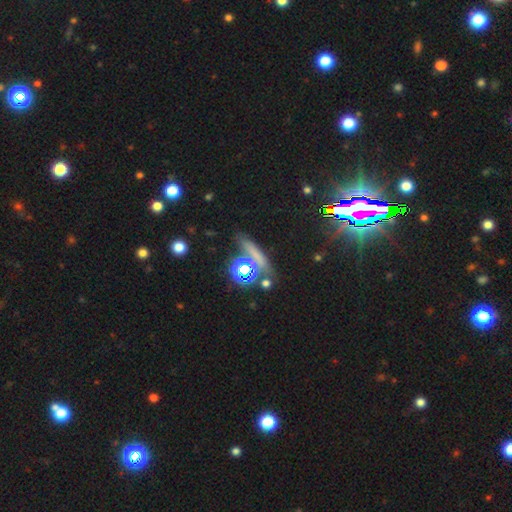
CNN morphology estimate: A smooth galaxy with no disk features (43%). Merging: none (69%).